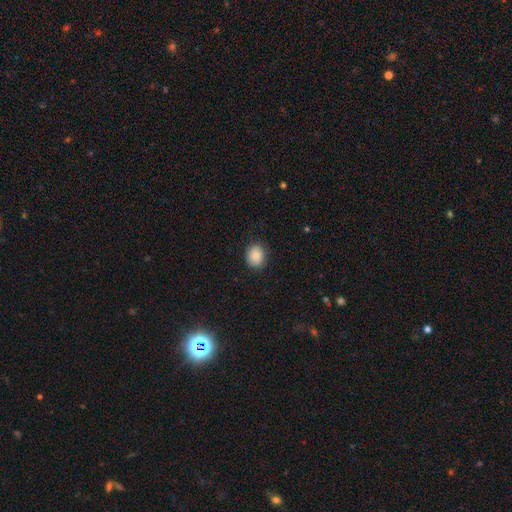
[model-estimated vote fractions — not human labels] Smooth or featured? smooth (88%)
How rounded? round (66%)
Merging? none (85%)